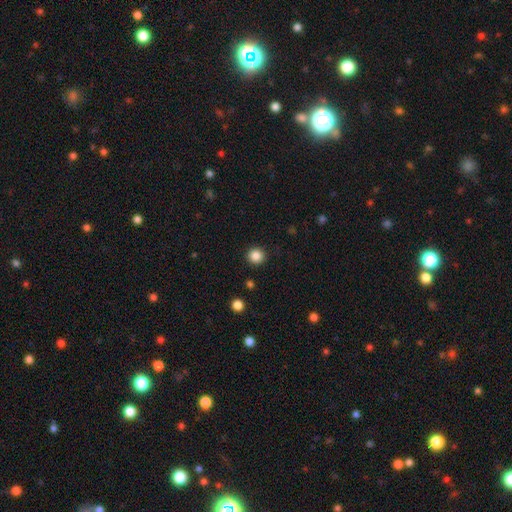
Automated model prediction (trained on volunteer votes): smooth-or-featured: smooth: 85% | star or artifact: 11% | featured or disk: 4%
  how-rounded: round: 95% | in between: 4% | cigar-shaped: 1%
  merging: none: 92% | minor disturbance: 5% | major disturbance: 2% | merger: 1%